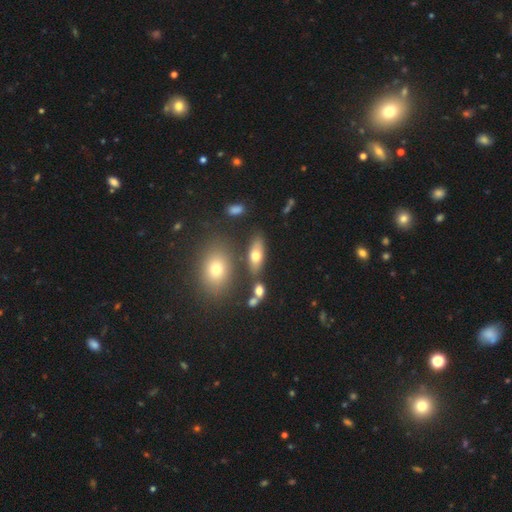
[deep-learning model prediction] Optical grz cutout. It shows a smooth galaxy with no disk features (66%) that is in between round and cigar-shaped (75%). Merging: none (73%).